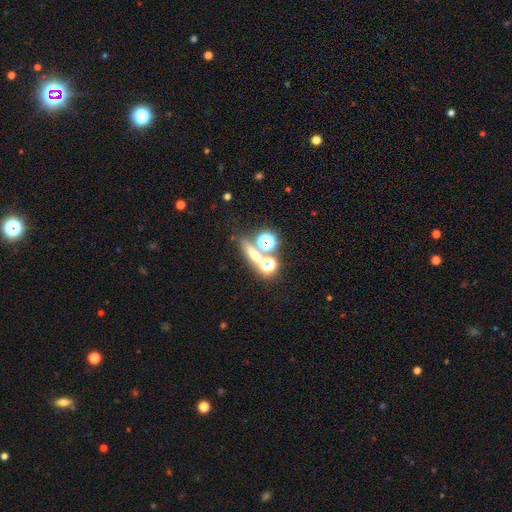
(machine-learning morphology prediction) This appears to be a smooth galaxy with no disk features (41%). Merging: none (59%).